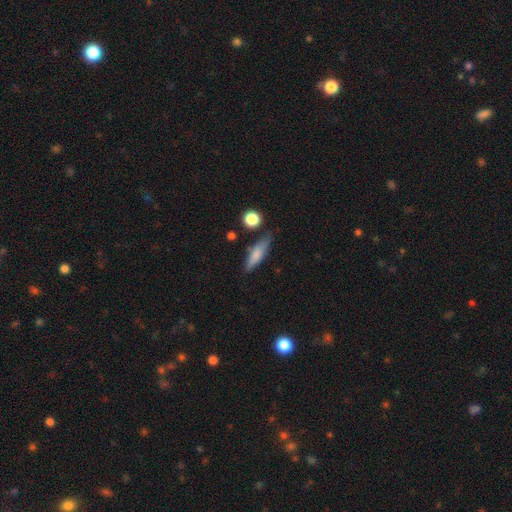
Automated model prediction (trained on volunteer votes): smooth_or_featured: smooth (p=0.68) [alt: featured or disk p=0.25]
how_rounded: cigar-shaped (p=0.62) [alt: in between p=0.34]
merging: none (p=0.72) [alt: minor disturbance p=0.19]